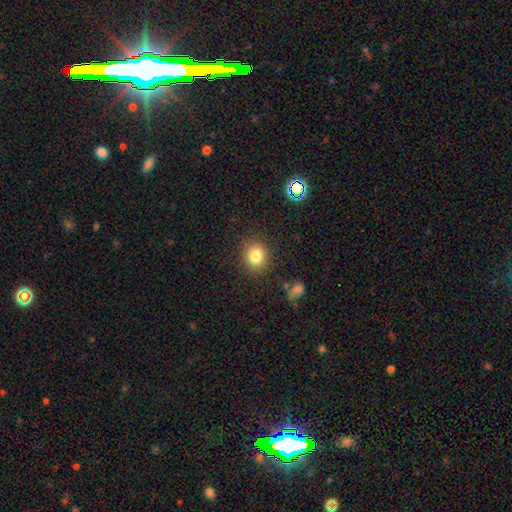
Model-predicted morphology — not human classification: Q: Smooth or featured?
A: smooth (81%); runner-up: star or artifact (12%)
Q: How rounded?
A: round (78%); runner-up: in between (21%)
Q: Merging?
A: none (86%); runner-up: minor disturbance (9%)